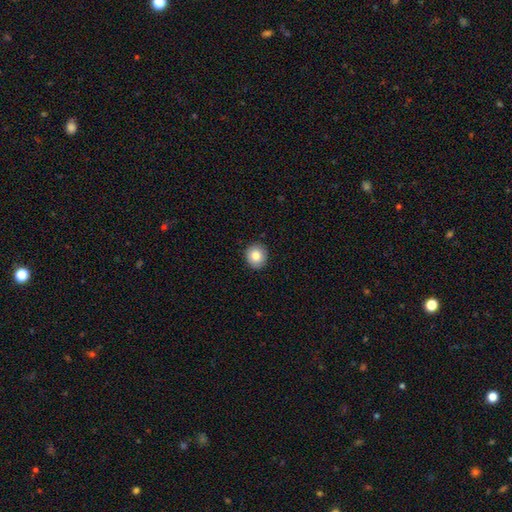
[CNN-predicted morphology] Smooth or featured? smooth (84%)
How rounded? round (85%)
Merging? none (90%)